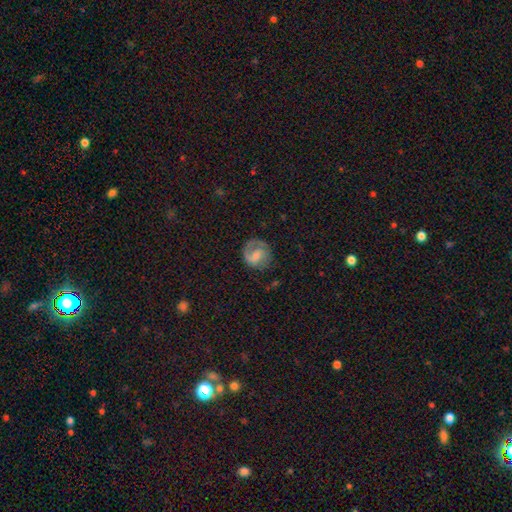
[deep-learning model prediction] A featured or disk galaxy (55%) with a weak bar (48%), spiral arms (85%) and a small central bulge (34%).

Vote fractions:
- Smooth or featured? featured or disk: 55% / smooth: 36% / star or artifact: 8%
- Edge-on disk? no: 98% / yes: 2%
- Bar? weak: 48% / no: 38% / strong: 13%
- Spiral arms? yes: 85% / no: 15%
- Bulge size? small: 34% / moderate: 32% / none: 24% / large: 9% / dominant: 2%
- Merging? none: 66% / minor disturbance: 19% / major disturbance: 13% / merger: 2%